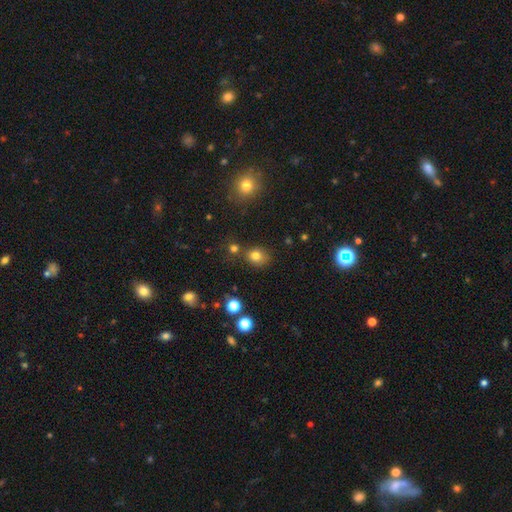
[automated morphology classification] Q: Smooth or featured?
A: smooth (78%); runner-up: star or artifact (15%)
Q: How rounded?
A: round (69%); runner-up: in between (30%)
Q: Merging?
A: none (72%); runner-up: minor disturbance (14%)